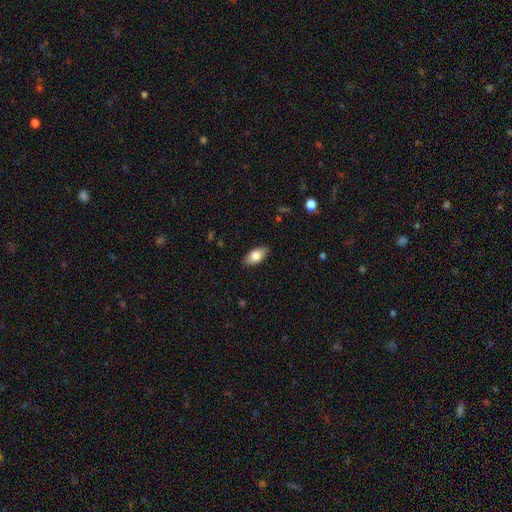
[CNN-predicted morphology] Overall: smooth (80%). How rounded: in between (91%). Merging: none (88%).